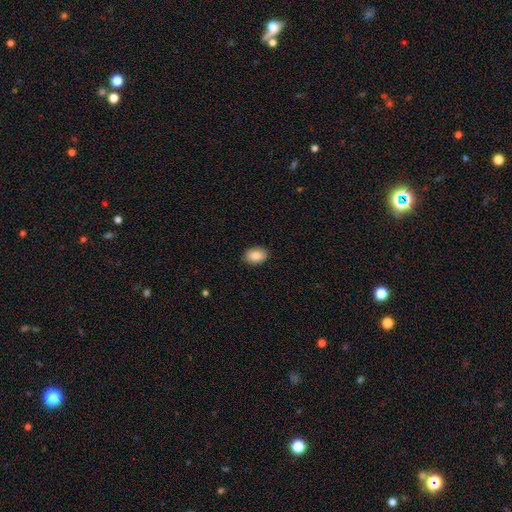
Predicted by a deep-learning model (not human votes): Smooth or featured: smooth — 87% (star or artifact — 7%)
How rounded: in between — 83% (round — 16%)
Merging: none — 89% (minor disturbance — 8%)